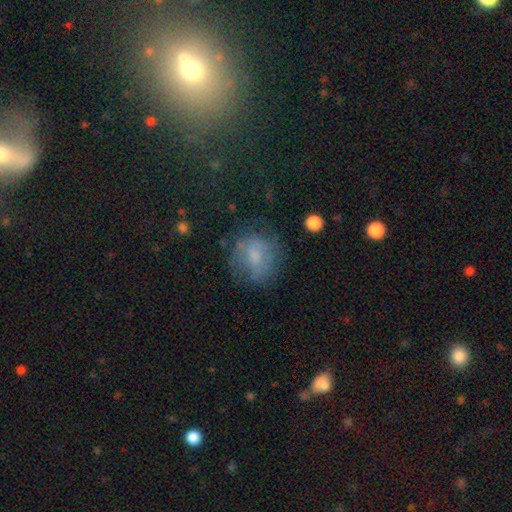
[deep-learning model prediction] Smooth or featured? smooth (59%)
How rounded? round (72%)
Merging? none (60%)